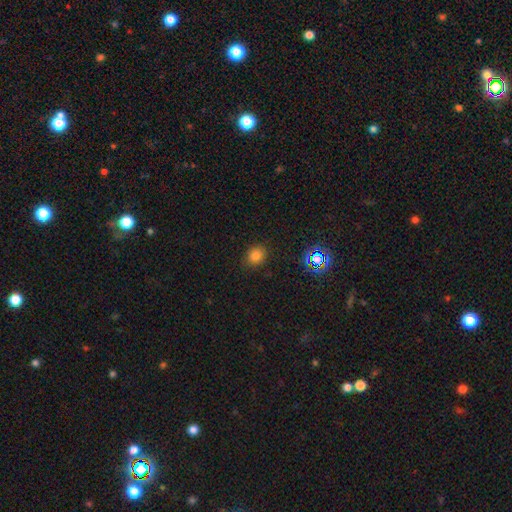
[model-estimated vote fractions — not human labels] Smooth or featured?
  - smooth: 77% *
  - star or artifact: 18%
  - featured or disk: 5%
How rounded?
  - round: 66% *
  - in between: 33%
  - cigar-shaped: 1%
Merging?
  - none: 84% *
  - minor disturbance: 11%
  - major disturbance: 3%
  - merger: 1%